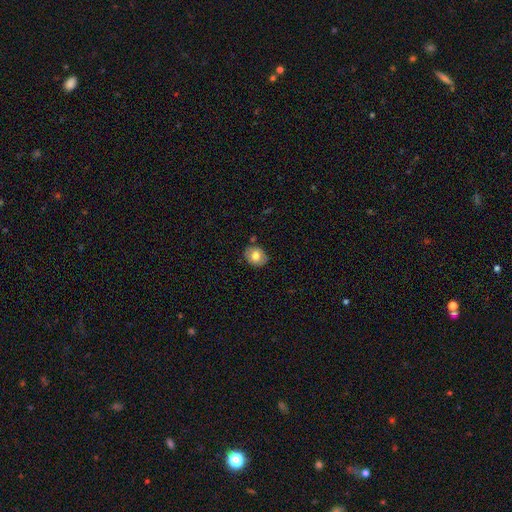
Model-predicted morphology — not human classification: A smooth galaxy with no disk features (68%) that is round (59%). Merging: none (83%).